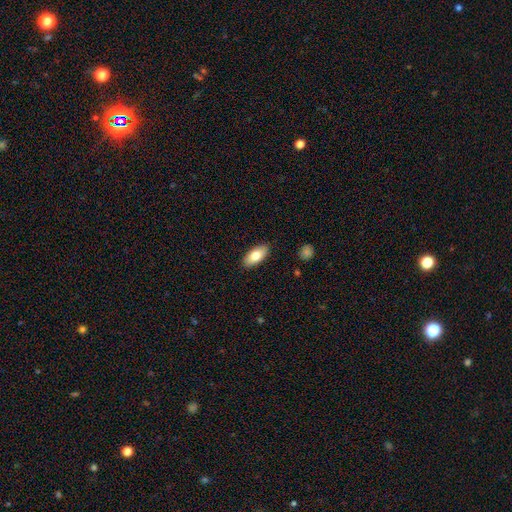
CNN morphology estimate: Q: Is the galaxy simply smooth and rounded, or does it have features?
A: smooth — 76%.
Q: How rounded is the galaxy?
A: in between — 89%.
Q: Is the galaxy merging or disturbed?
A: none — 88%.